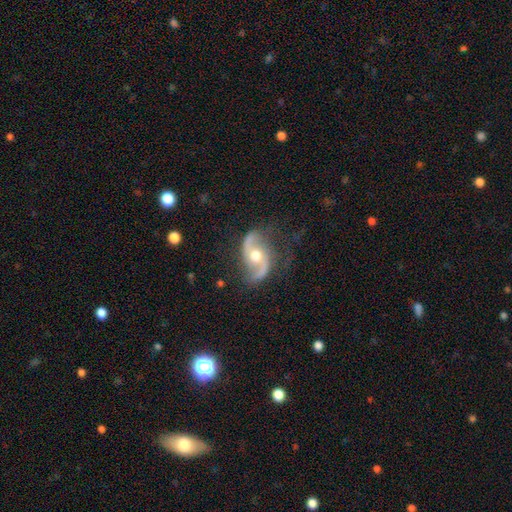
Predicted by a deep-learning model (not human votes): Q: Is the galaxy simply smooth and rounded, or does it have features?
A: featured or disk — 89%.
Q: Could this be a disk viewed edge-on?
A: no — 97%.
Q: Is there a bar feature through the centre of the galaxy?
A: no — 57%.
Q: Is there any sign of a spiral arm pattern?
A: yes — 96%.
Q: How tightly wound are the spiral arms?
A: loose — 59%.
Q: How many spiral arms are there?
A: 2 — 94%.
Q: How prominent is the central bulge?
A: moderate — 76%.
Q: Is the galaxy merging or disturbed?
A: none — 74%.